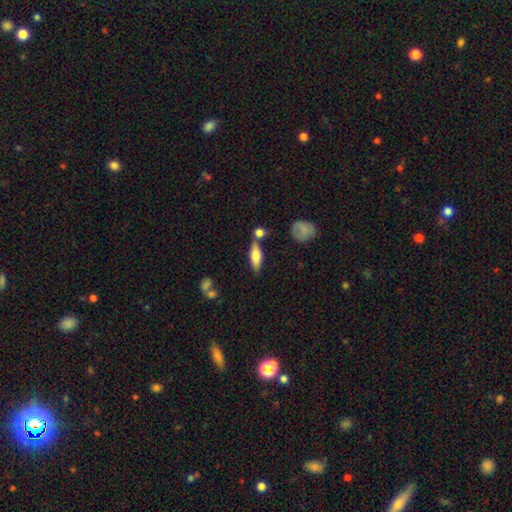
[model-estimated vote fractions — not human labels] Q: Smooth or featured?
A: smooth (58%); runner-up: featured or disk (35%)
Q: How rounded?
A: in between (53%); runner-up: cigar-shaped (44%)
Q: Merging?
A: none (68%); runner-up: merger (14%)